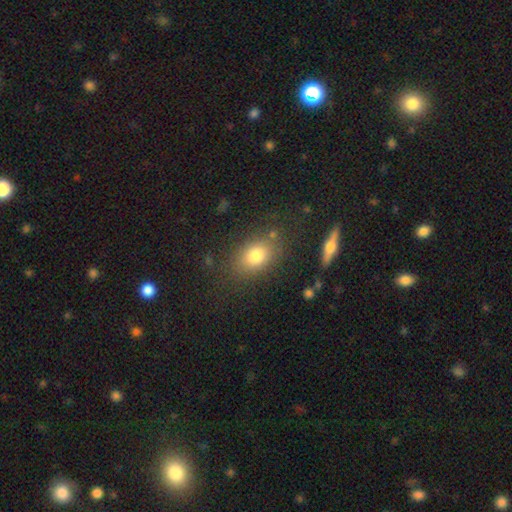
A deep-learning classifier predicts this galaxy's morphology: Smooth or featured?
  - smooth: 78% *
  - featured or disk: 12%
  - star or artifact: 10%
How rounded?
  - in between: 77% *
  - round: 21%
  - cigar-shaped: 2%
Merging?
  - none: 79% *
  - minor disturbance: 13%
  - major disturbance: 5%
  - merger: 3%